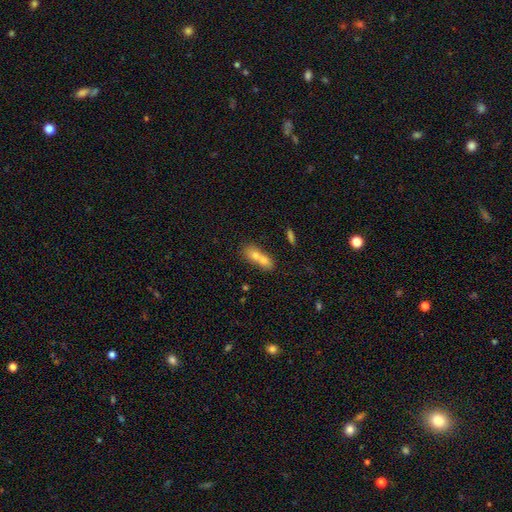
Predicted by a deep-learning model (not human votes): The model was most divided on "how rounded": in between: 58%, round: 31%, cigar-shaped: 11%. More confident: merging — merger (70%); smooth or featured — smooth (65%).